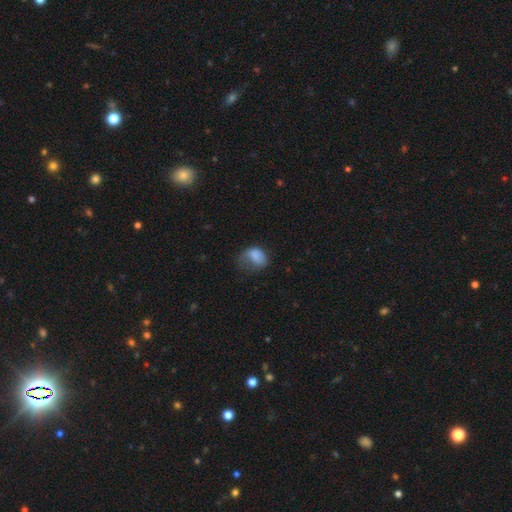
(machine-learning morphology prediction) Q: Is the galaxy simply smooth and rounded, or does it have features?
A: smooth — 76%.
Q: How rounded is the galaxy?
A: in between — 75%.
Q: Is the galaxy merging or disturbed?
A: major disturbance — 43%.